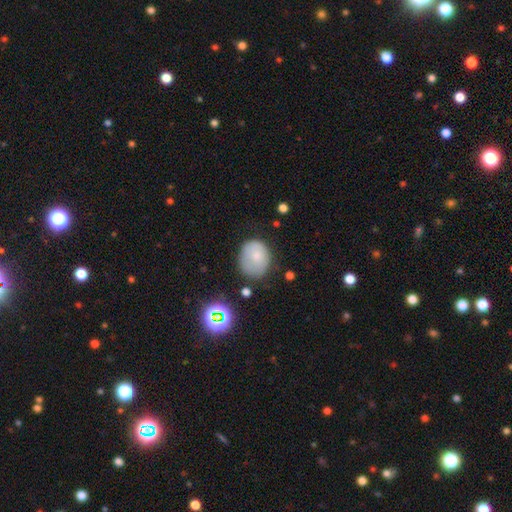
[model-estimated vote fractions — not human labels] A smooth galaxy with no disk features (73%) that is round (54%).

Vote fractions:
- Smooth or featured? smooth: 73% / featured or disk: 17% / star or artifact: 11%
- How rounded? round: 54% / in between: 45% / cigar-shaped: 1%
- Merging? none: 59% / minor disturbance: 28% / major disturbance: 10% / merger: 3%